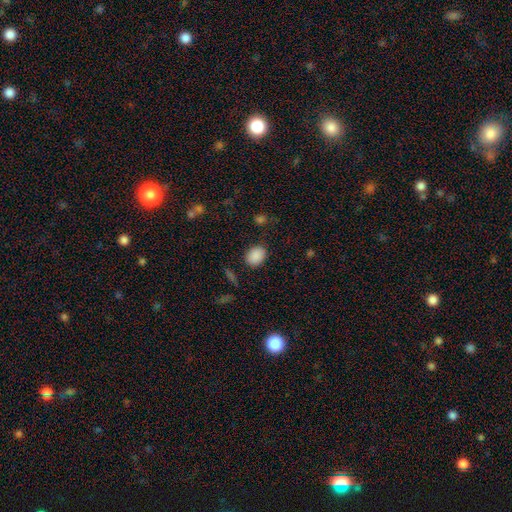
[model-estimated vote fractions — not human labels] Smooth or featured?
  - smooth: 87% *
  - star or artifact: 9%
  - featured or disk: 4%
How rounded?
  - in between: 60% *
  - round: 39%
  - cigar-shaped: 1%
Merging?
  - none: 84% *
  - minor disturbance: 11%
  - major disturbance: 3%
  - merger: 2%